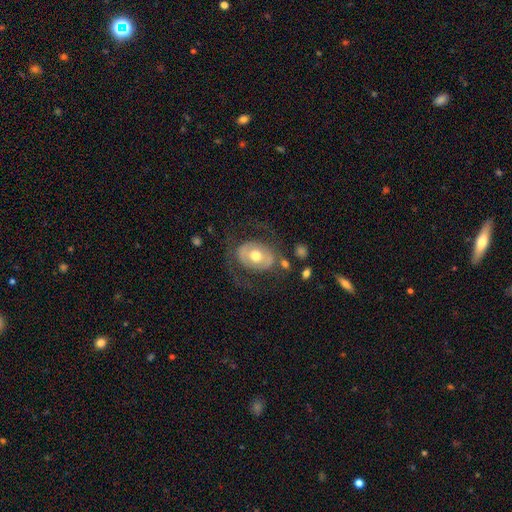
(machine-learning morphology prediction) The model was most divided on "spiral arms": no: 58%, yes: 42%. More confident: edge-on disk — no (95%); bulge size — moderate (76%); bar — no (62%); merging — none (61%); smooth or featured — featured or disk (57%).